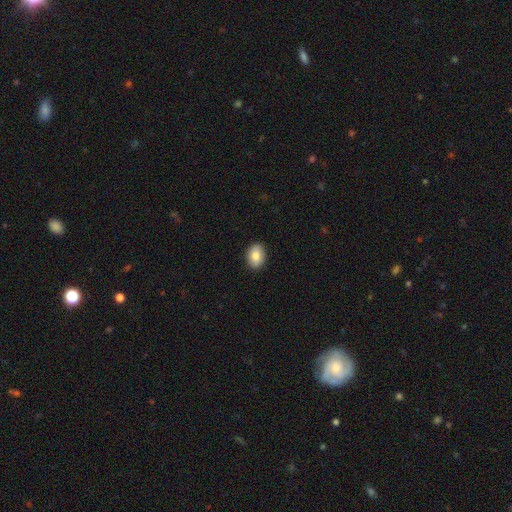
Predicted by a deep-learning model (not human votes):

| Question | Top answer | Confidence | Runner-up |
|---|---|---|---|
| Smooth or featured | smooth | 82% | featured or disk (10%) |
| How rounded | in between | 75% | round (24%) |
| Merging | none | 89% | minor disturbance (8%) |